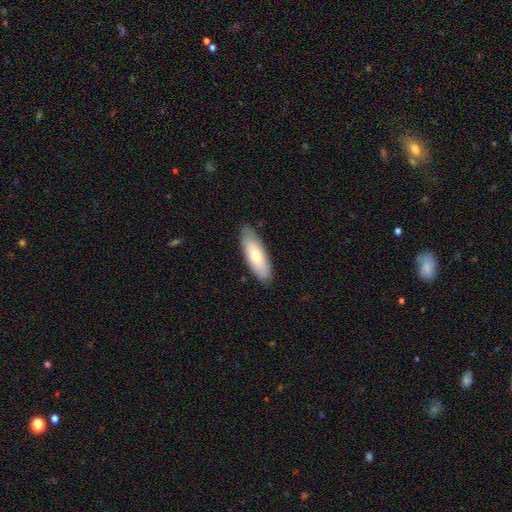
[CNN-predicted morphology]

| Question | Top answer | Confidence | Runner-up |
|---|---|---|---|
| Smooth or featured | smooth | 68% | featured or disk (26%) |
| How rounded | in between | 67% | cigar-shaped (31%) |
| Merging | none | 83% | minor disturbance (13%) |